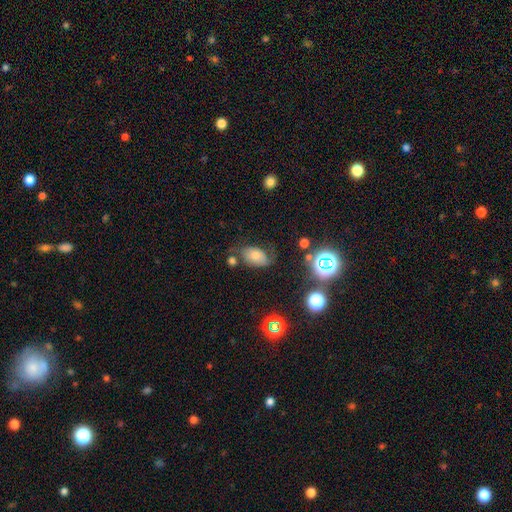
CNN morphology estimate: type=smooth (65%); roundness=in between (89%); merging=none (53%).